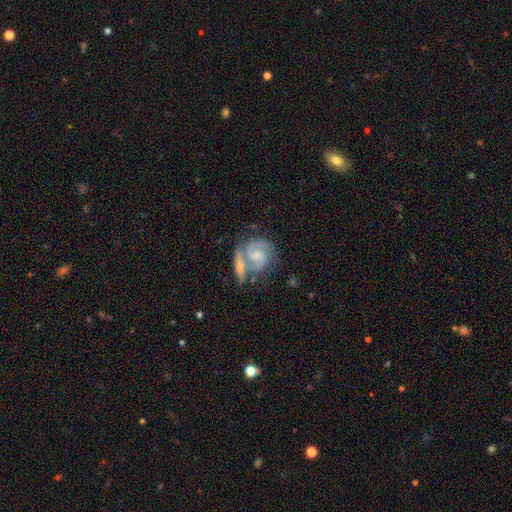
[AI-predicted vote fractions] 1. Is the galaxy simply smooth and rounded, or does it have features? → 83% featured or disk, 12% smooth, 5% star or artifact.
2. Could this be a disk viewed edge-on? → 97% no, 3% yes.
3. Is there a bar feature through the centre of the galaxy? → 51% no, 39% weak, 10% strong.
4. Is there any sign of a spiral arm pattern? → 96% yes, 4% no.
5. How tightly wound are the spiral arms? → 48% tight, 43% medium, 9% loose.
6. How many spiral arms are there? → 80% 2, 7% can't tell, 6% 3, 5% 1, 1% 4, 1% more than 4.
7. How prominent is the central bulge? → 43% small, 41% moderate, 11% none, 4% large, 1% dominant.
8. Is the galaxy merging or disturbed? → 41% none, 38% merger, 14% minor disturbance, 8% major disturbance.